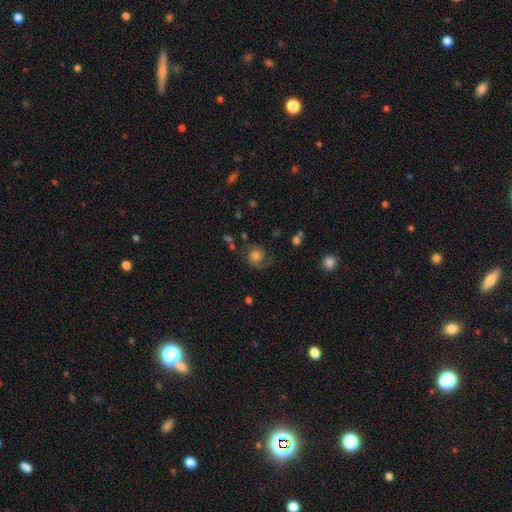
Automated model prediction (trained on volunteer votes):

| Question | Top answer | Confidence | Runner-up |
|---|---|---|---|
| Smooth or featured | featured or disk | 46% | smooth (43%) |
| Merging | none | 60% | minor disturbance (21%) |